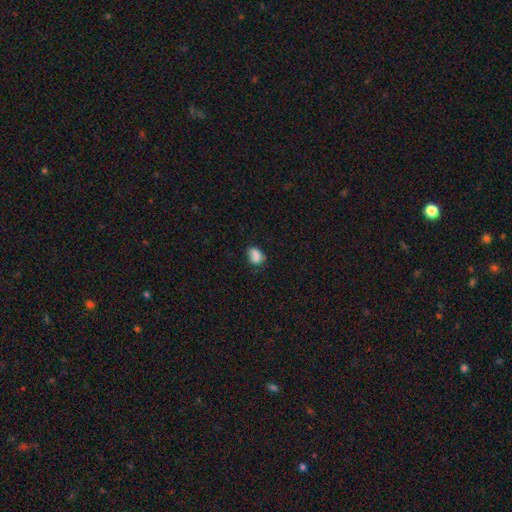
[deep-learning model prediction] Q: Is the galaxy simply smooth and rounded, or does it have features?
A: smooth — 80%.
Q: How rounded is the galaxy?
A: in between — 70%.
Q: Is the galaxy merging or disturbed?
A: none — 56%.